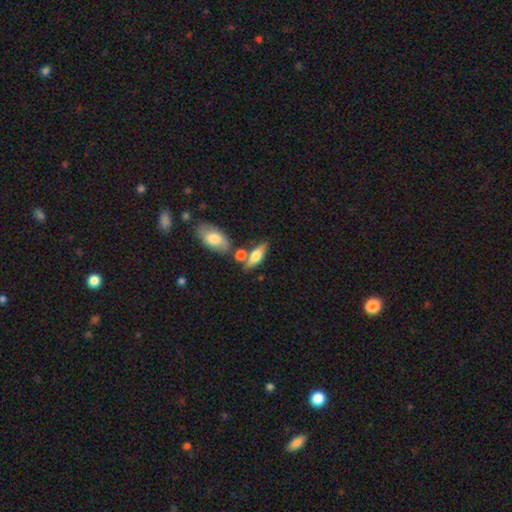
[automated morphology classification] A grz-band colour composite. It shows a smooth galaxy with no disk features (56%) that is in between round and cigar-shaped (61%). Merging: none (64%).